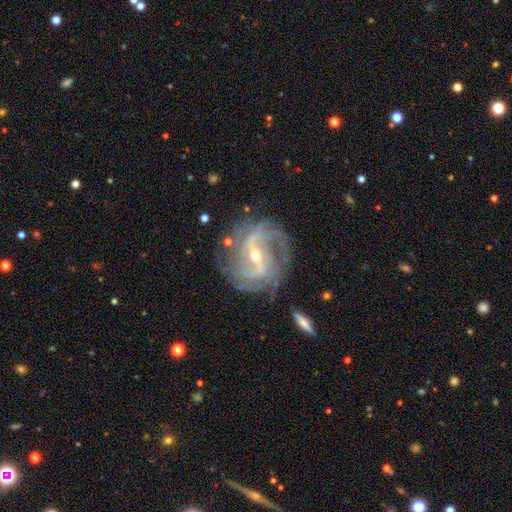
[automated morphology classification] smooth_or_featured: featured or disk (p=0.91) [alt: star or artifact p=0.05]
disk_edge_on: no (p=0.96) [alt: yes p=0.04]
bar: strong (p=0.56) [alt: weak p=0.34]
has_spiral_arms: yes (p=0.97) [alt: no p=0.03]
spiral_winding: medium (p=0.44) [alt: tight p=0.36]
spiral_arm_count: 2 (p=0.47) [alt: 3 p=0.17]
bulge_size: small (p=0.60) [alt: moderate p=0.37]
merging: none (p=0.72) [alt: minor disturbance p=0.17]